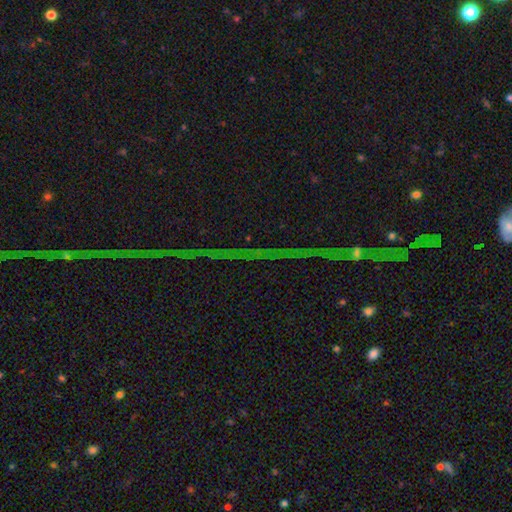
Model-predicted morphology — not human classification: Smooth or featured? Predicted: star or artifact (p=0.83).